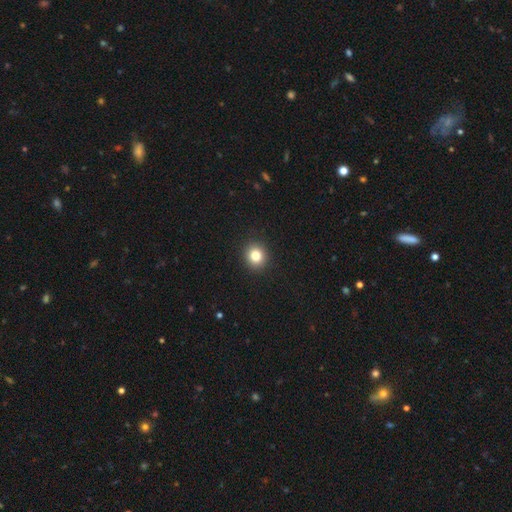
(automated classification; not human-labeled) smooth_or_featured: smooth (p=0.82) [alt: star or artifact p=0.12]
how_rounded: round (p=0.87) [alt: in between p=0.12]
merging: none (p=0.93) [alt: minor disturbance p=0.05]